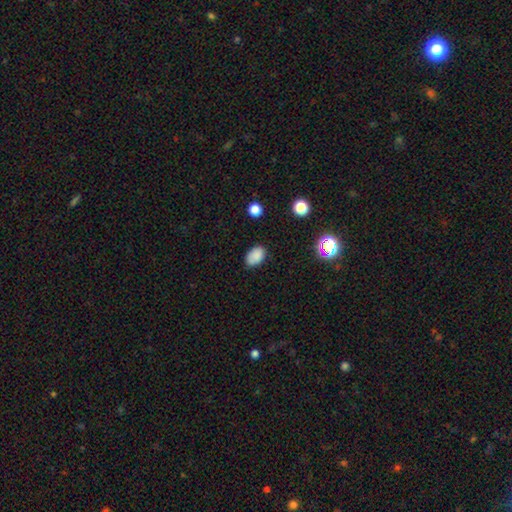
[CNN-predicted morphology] This appears to be a smooth galaxy with no disk features (85%) that is in between round and cigar-shaped (87%). Merging: none (82%).